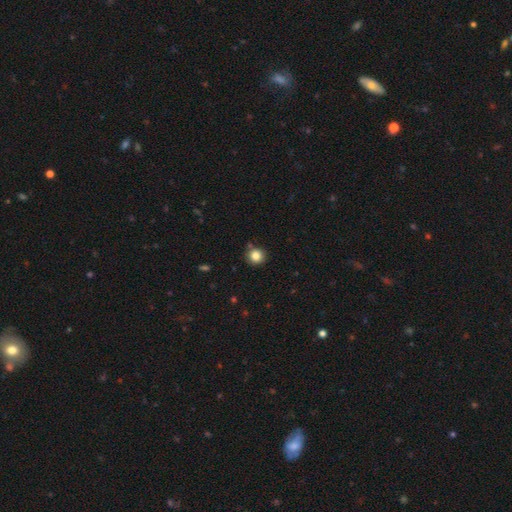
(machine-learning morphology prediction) smooth-or-featured: smooth: 83% | star or artifact: 11% | featured or disk: 6%
  how-rounded: round: 91% | in between: 8% | cigar-shaped: 1%
  merging: none: 84% | minor disturbance: 9% | merger: 4% | major disturbance: 2%